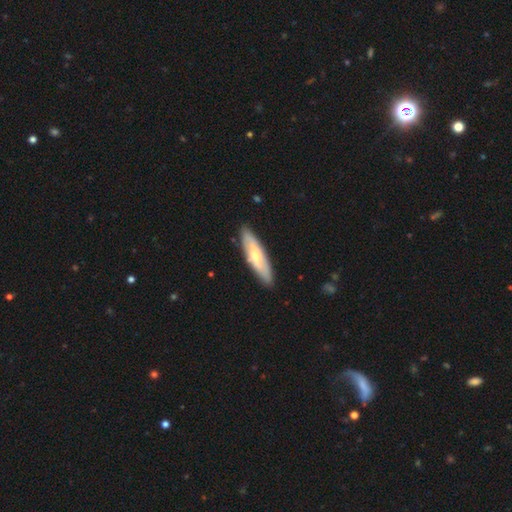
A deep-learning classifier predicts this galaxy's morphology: Smooth or featured: smooth — 53% (featured or disk — 42%)
How rounded: cigar-shaped — 62% (in between — 36%)
Merging: none — 87% (minor disturbance — 10%)